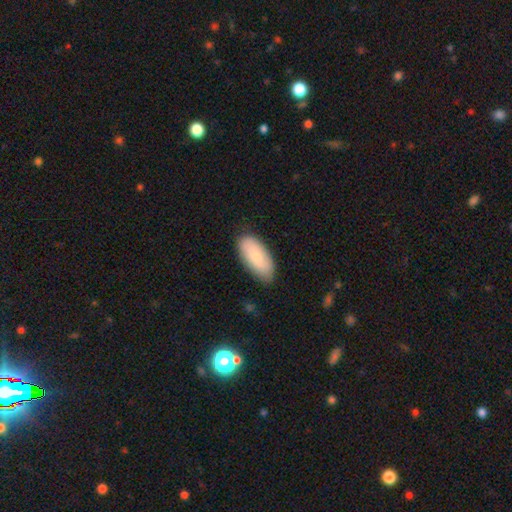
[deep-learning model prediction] Smooth or featured? smooth (84%)
How rounded? in between (89%)
Merging? none (82%)